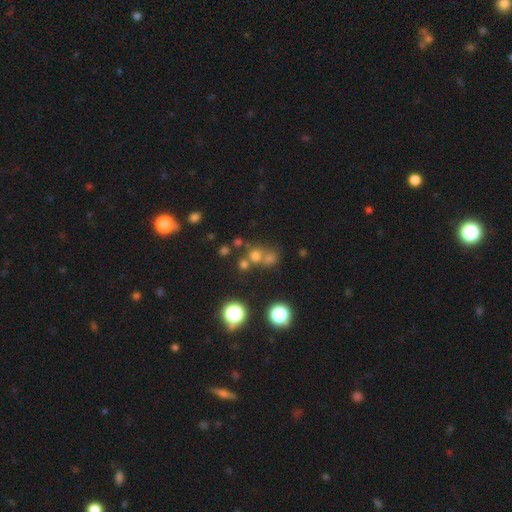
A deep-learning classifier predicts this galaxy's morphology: This is likely a smooth galaxy (61%). How rounded: clearly round (85%). Merging: possibly none (51%).